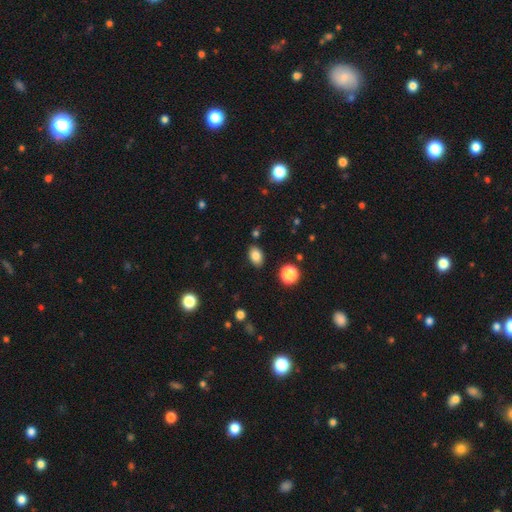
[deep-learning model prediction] Overall: smooth (83%). How rounded: in between (84%). Merging: none (86%).